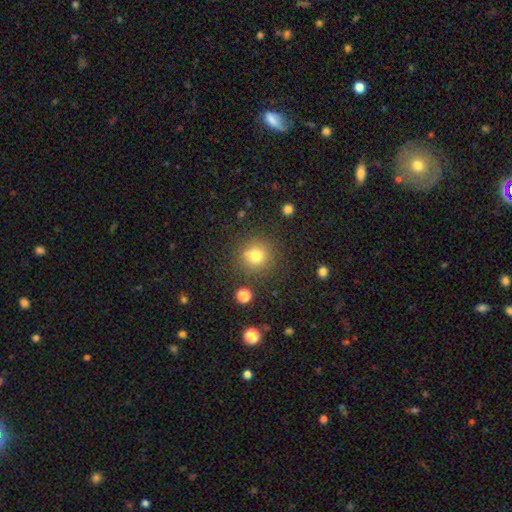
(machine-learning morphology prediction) Overall: smooth (76%). How rounded: round (92%). Merging: none (81%).